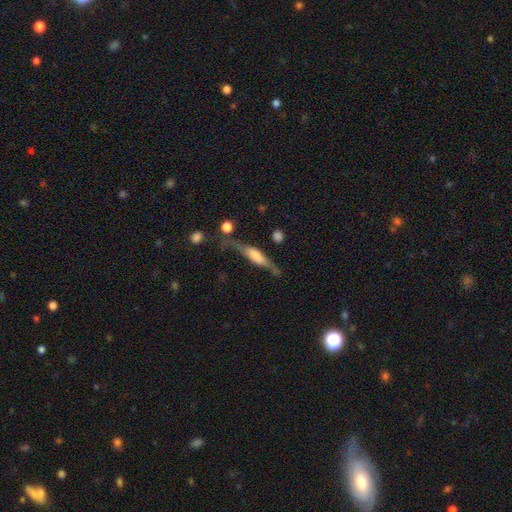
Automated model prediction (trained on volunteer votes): featured or disk 61%, smooth 32%, star or artifact 7%. Down the decision tree: edge-on disk — yes (74%); merging — none (46%).